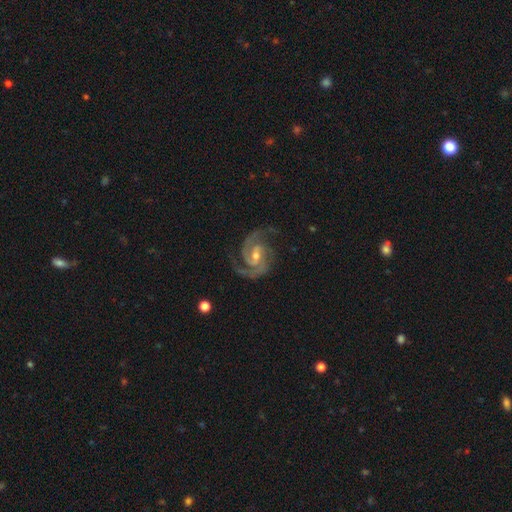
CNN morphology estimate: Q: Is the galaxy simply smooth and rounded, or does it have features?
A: featured or disk — 94%.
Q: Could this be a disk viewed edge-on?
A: no — 98%.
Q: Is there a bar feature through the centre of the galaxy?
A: weak — 51%.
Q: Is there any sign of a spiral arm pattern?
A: yes — 99%.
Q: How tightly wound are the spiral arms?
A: medium — 55%.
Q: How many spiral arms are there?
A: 2 — 75%.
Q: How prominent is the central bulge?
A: moderate — 49%.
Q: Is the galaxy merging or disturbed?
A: none — 77%.